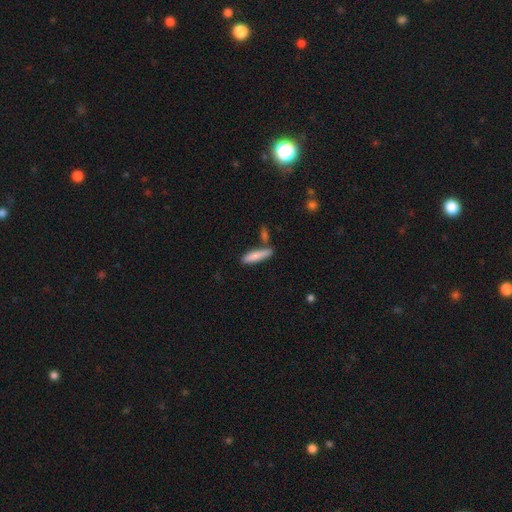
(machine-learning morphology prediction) Overall: smooth (79%). How rounded: cigar-shaped (75%). Merging: none (69%).